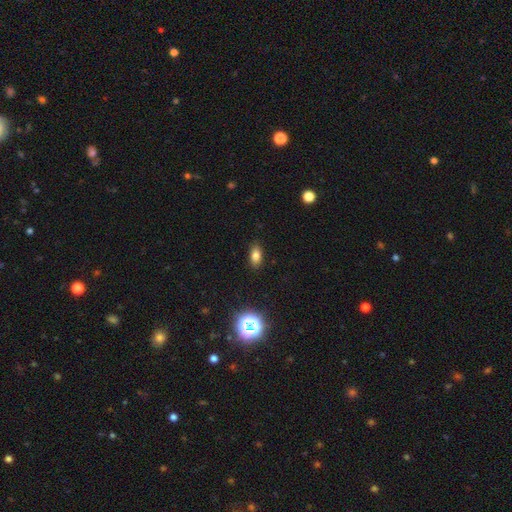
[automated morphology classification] Smooth or featured? smooth (79%)
How rounded? in between (86%)
Merging? none (88%)